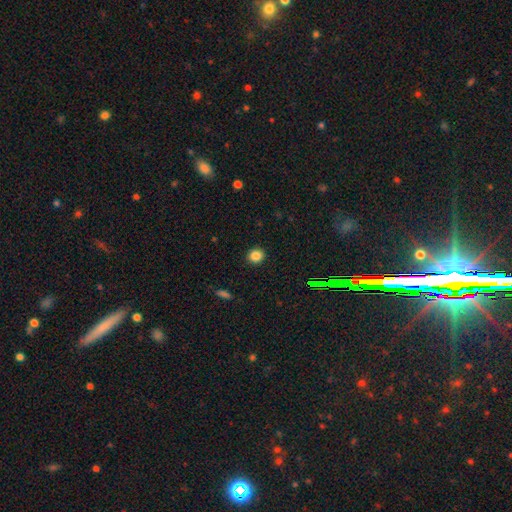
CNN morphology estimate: Smooth or featured? Predicted: smooth (p=0.85). How rounded? Predicted: round (p=0.82). Merging? Predicted: none (p=0.91).